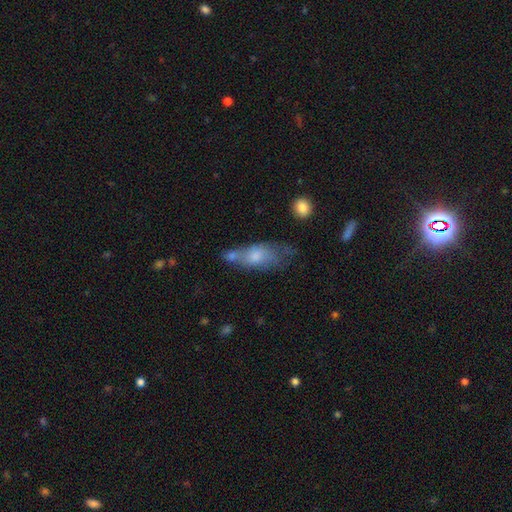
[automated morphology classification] Smooth or featured: smooth — 63% (featured or disk — 28%)
How rounded: in between — 74% (cigar-shaped — 21%)
Merging: merger — 31% (tied with none — 31%)